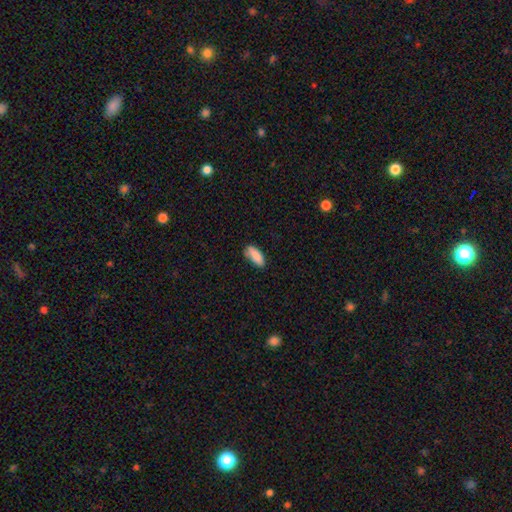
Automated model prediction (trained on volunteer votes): The model was most divided on "merging": none: 66%, minor disturbance: 26%, major disturbance: 5%, merger: 3%. More confident: smooth or featured — smooth (87%); how rounded — in between (82%).